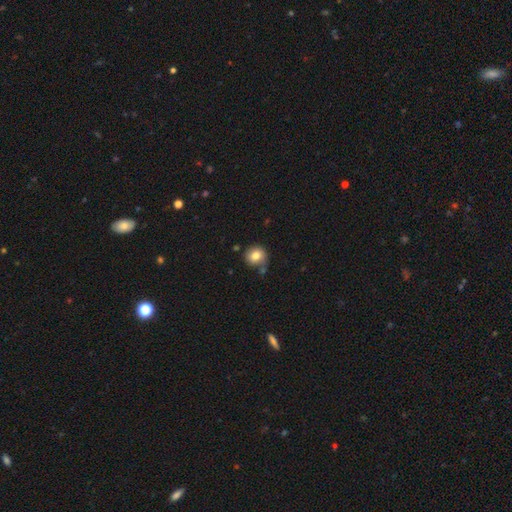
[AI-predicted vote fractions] Smooth or featured: smooth — 80% (featured or disk — 11%)
How rounded: round — 87% (in between — 12%)
Merging: none — 71% (minor disturbance — 16%)